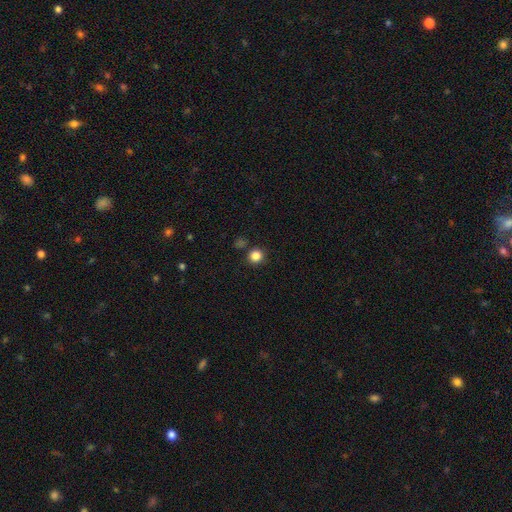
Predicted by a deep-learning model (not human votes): smooth 85%, star or artifact 12%, featured or disk 4%. Down the decision tree: how rounded — round (94%); merging — none (87%).